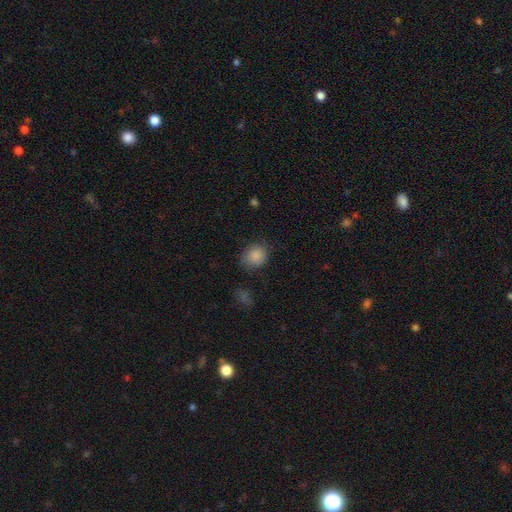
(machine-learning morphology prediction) type=smooth (86%); roundness=round (73%); merging=none (77%).